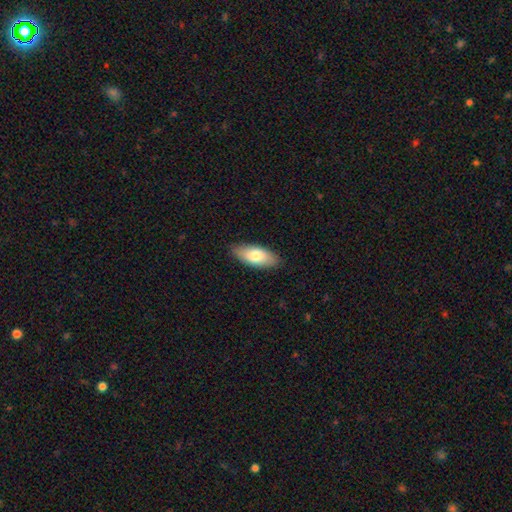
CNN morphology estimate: A smooth galaxy with no disk features (77%) that is in between round and cigar-shaped (85%).

Vote fractions:
- Smooth or featured? smooth: 77% / featured or disk: 17% / star or artifact: 6%
- How rounded? in between: 85% / cigar-shaped: 13% / round: 2%
- Merging? none: 86% / minor disturbance: 11% / major disturbance: 2% / merger: 1%